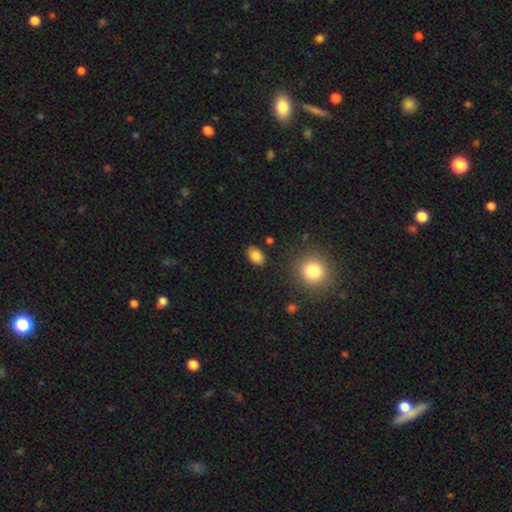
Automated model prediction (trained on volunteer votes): Smooth or featured: smooth — 85% (star or artifact — 9%)
How rounded: in between — 84% (round — 15%)
Merging: none — 85% (minor disturbance — 10%)